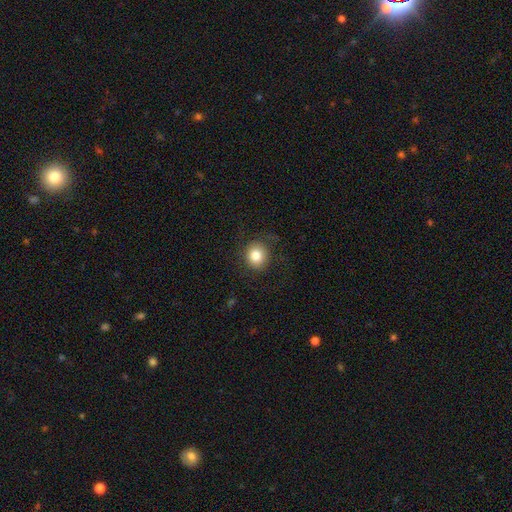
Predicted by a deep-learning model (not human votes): A smooth galaxy with no disk features (84%) that is round (84%).

Vote fractions:
- Smooth or featured? smooth: 84% / star or artifact: 9% / featured or disk: 7%
- How rounded? round: 84% / in between: 15% / cigar-shaped: 1%
- Merging? none: 83% / minor disturbance: 11% / major disturbance: 5% / merger: 1%